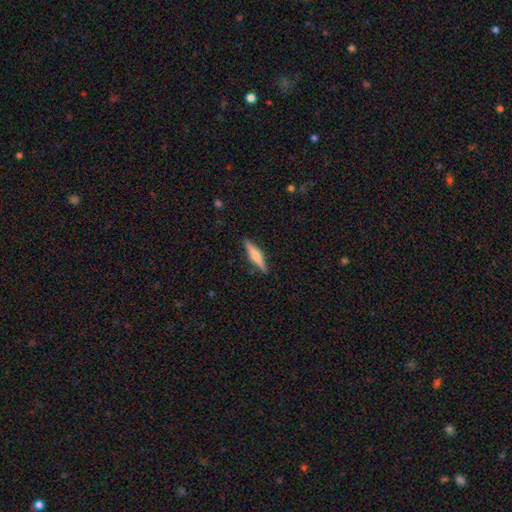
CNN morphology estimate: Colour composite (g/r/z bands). It shows a smooth galaxy with no disk features (50%) that is cigar-shaped (86%). Merging: none (89%).